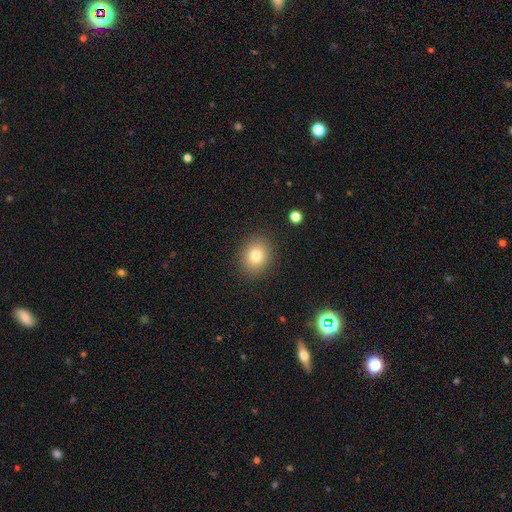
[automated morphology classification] Smooth or featured? smooth (80%)
How rounded? round (66%)
Merging? none (88%)